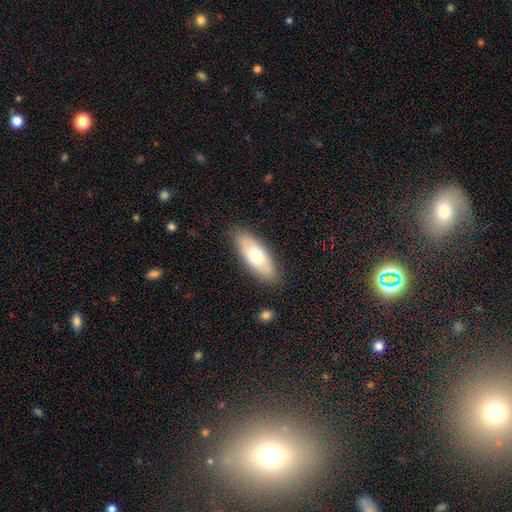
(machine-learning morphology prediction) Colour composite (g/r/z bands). It shows a smooth galaxy with no disk features (66%) that is in between round and cigar-shaped (72%). Merging: none (86%).